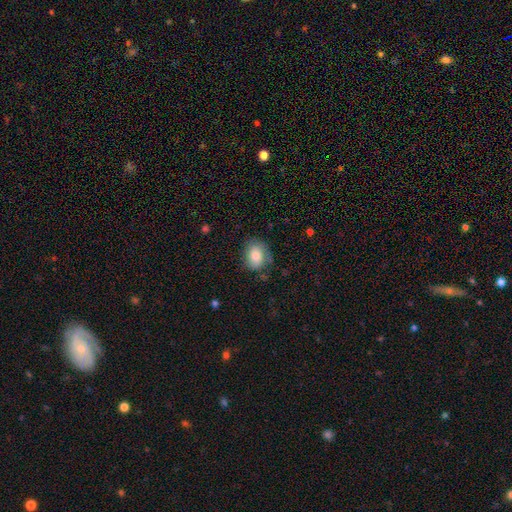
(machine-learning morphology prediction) A smooth galaxy with no disk features (77%) that is in between round and cigar-shaped (61%). Merging: none (64%).